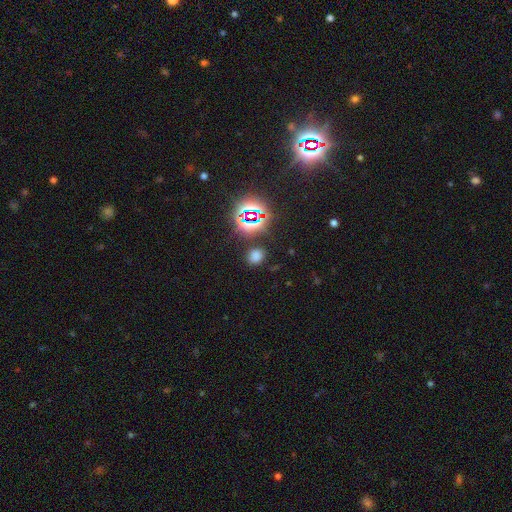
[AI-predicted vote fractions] Morphology: type=smooth (61%); roundness=round (60%); merging=none (83%).